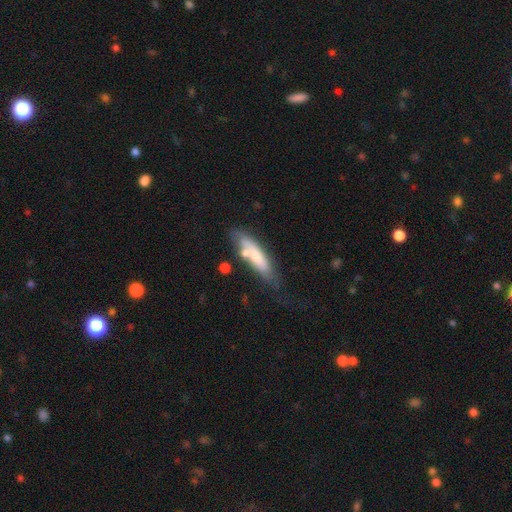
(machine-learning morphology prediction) Overall: smooth (61%; featured or disk 32%). How rounded: cigar-shaped (61%; in between 37%). Merging: none (50%; minor disturbance 24%).